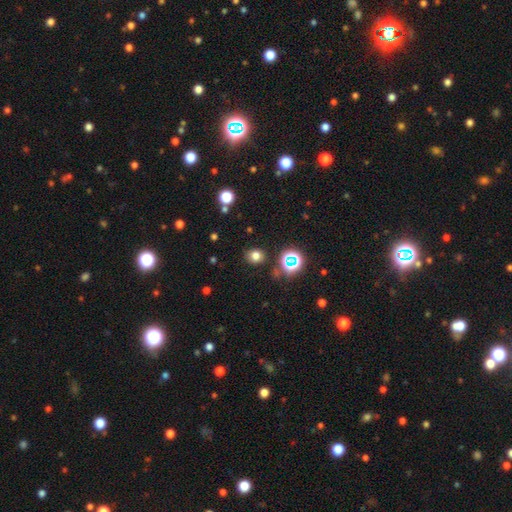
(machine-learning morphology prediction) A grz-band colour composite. It shows a smooth galaxy with no disk features (73%) that is round (78%). Merging: none (85%).